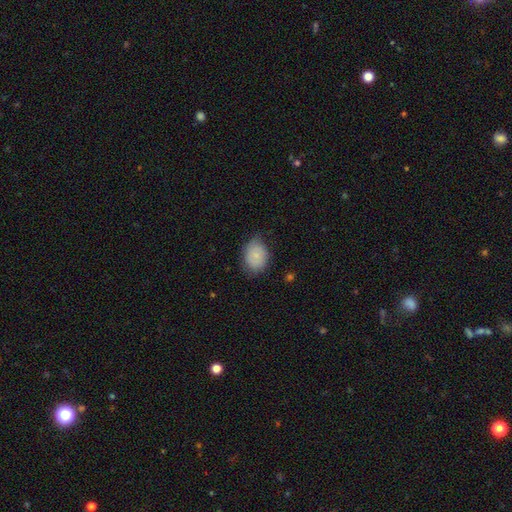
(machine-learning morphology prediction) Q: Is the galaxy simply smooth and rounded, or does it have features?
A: smooth — 80%.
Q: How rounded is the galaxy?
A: in between — 58%.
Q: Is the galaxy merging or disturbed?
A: none — 65%.